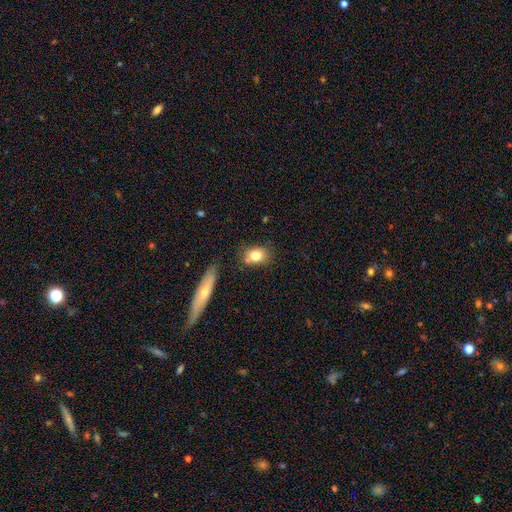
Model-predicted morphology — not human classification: smooth 78%, featured or disk 13%, star or artifact 9%. Down the decision tree: how rounded — in between (53%); merging — none (72%).